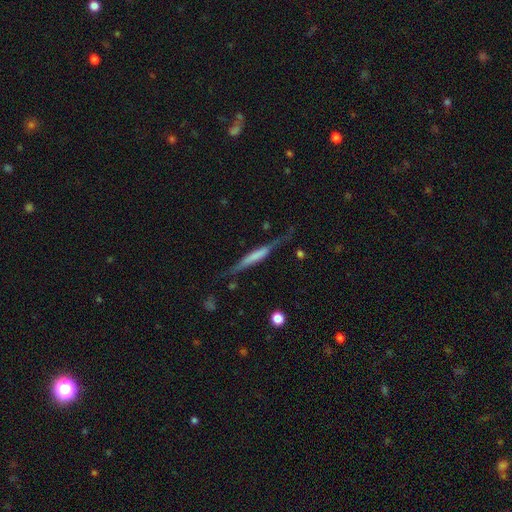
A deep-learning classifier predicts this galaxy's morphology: featured or disk 59%, smooth 35%, star or artifact 6%. Down the decision tree: edge-on disk — yes (93%); edge-on bulge — boxy (43%); merging — none (65%).